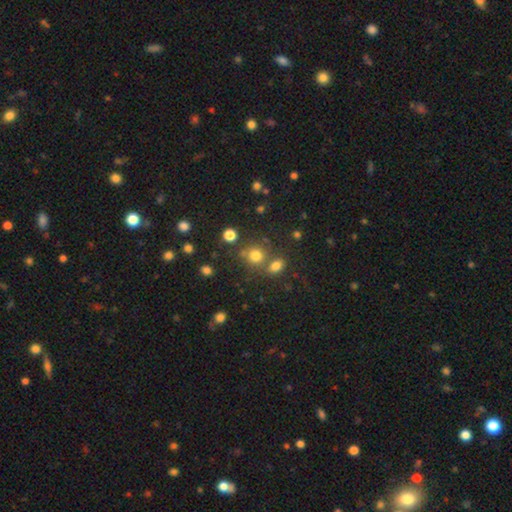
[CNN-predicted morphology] smooth 75%, star or artifact 17%, featured or disk 8%. Down the decision tree: how rounded — round (83%); merging — none (62%).